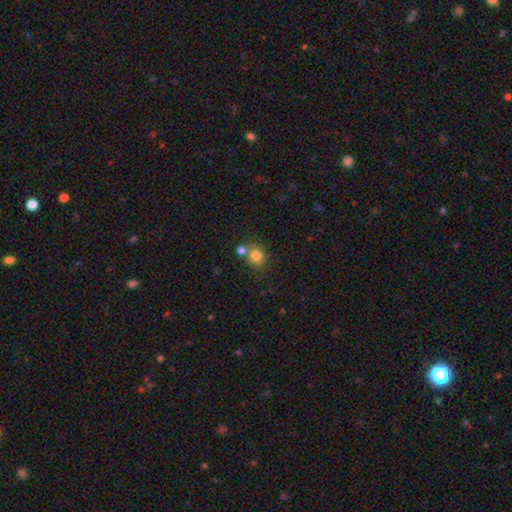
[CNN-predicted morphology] Smooth or featured? Predicted: smooth (p=0.80). How rounded? Predicted: round (p=0.74). Merging? Predicted: none (p=0.58).